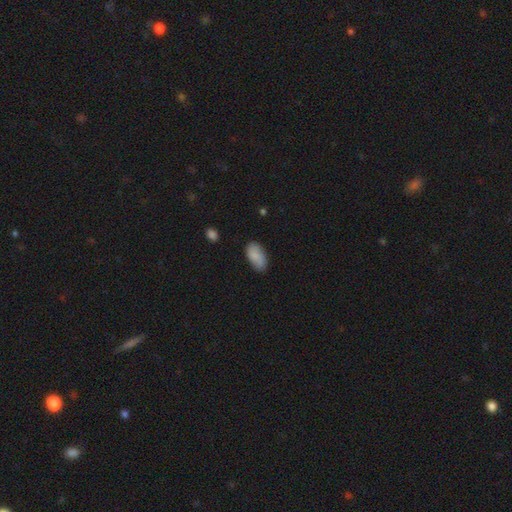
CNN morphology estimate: smooth-or-featured: smooth: 78% | featured or disk: 15% | star or artifact: 7%
  how-rounded: in between: 94% | round: 3% | cigar-shaped: 3%
  merging: none: 70% | minor disturbance: 21% | major disturbance: 5% | merger: 4%